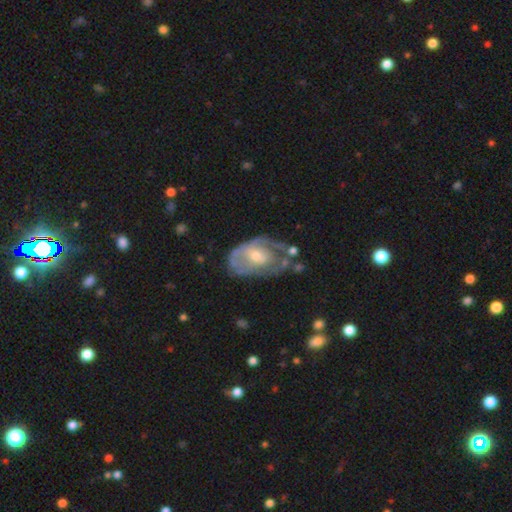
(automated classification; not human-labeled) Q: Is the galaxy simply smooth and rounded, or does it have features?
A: featured or disk — 69%.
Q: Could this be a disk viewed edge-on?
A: no — 95%.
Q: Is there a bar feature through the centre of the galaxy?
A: no — 68%.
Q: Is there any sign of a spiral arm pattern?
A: yes — 64%.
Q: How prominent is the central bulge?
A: small — 47%, tied with moderate.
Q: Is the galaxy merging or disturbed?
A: none — 37%.